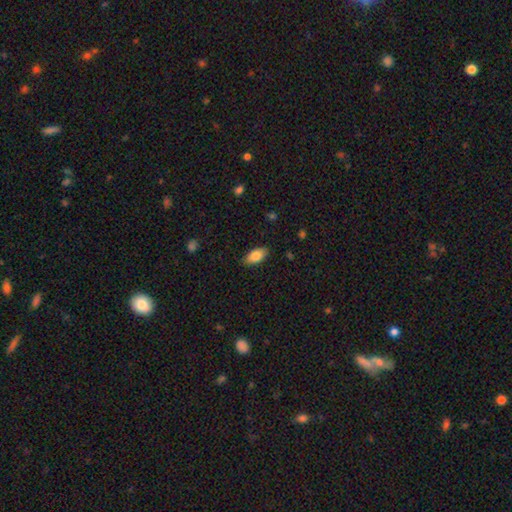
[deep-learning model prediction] This appears to be a smooth galaxy with no disk features (83%) that is in between round and cigar-shaped (91%). Merging: none (85%).